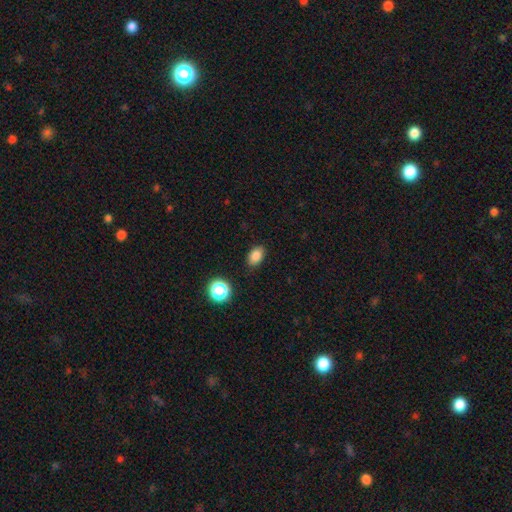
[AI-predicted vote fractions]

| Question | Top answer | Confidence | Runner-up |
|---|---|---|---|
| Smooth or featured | smooth | 83% | star or artifact (12%) |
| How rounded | in between | 83% | round (16%) |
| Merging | none | 86% | minor disturbance (10%) |